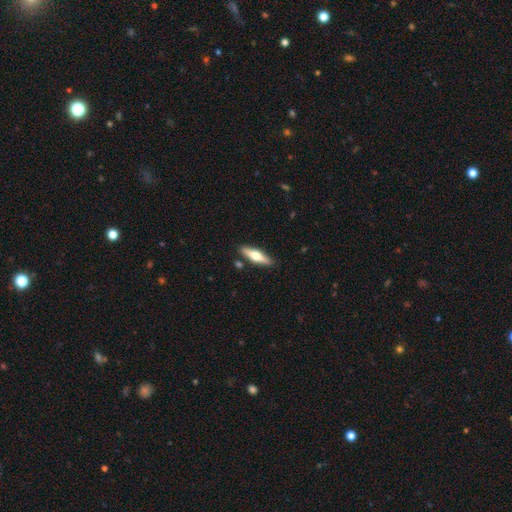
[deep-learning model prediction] Smooth or featured: featured or disk — 51% (smooth — 44%)
Edge-on disk: yes — 93% (no — 7%)
Merging: none — 86% (minor disturbance — 9%)